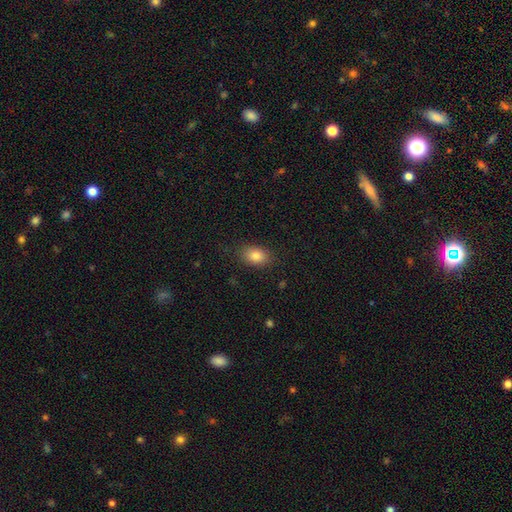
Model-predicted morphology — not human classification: Smooth or featured? Predicted: smooth (p=0.83). How rounded? Predicted: in between (p=0.81). Merging? Predicted: none (p=0.85).